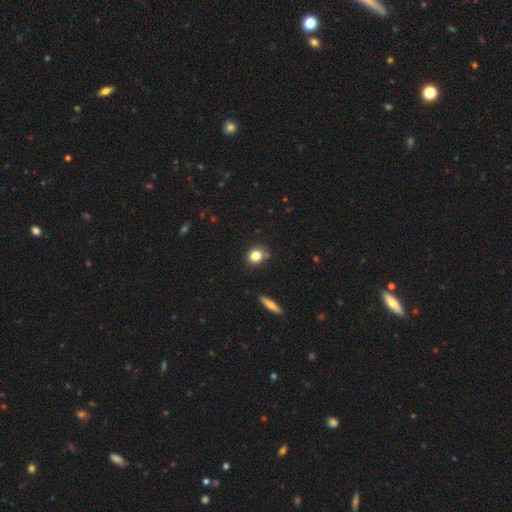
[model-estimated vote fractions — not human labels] This appears to be a smooth galaxy with no disk features (80%) that is round (71%). Merging: none (81%).